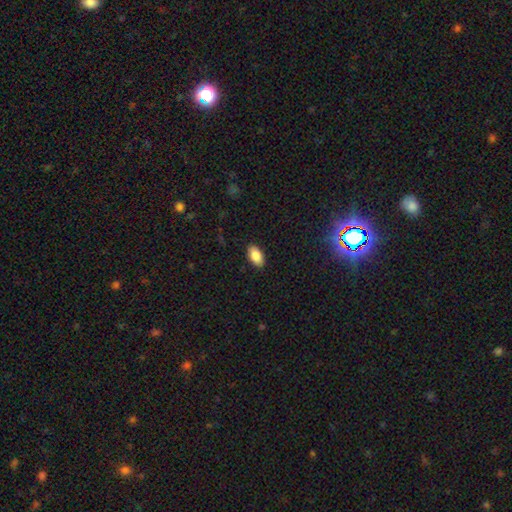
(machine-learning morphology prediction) The model was most divided on "smooth or featured": smooth: 86%, star or artifact: 7%, featured or disk: 7%. More confident: how rounded — in between (94%); merging — none (89%).